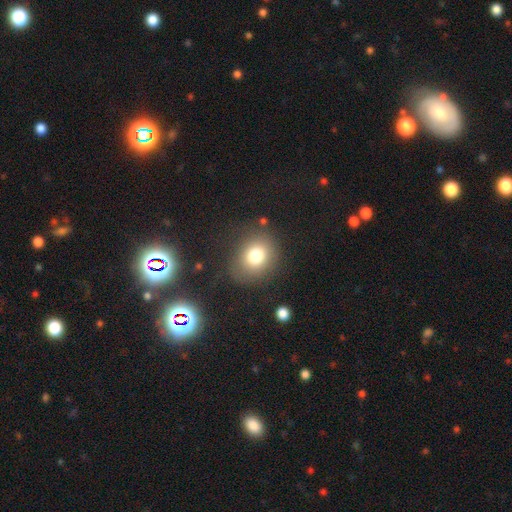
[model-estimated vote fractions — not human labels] A smooth galaxy with no disk features (77%) that is round (66%).

Vote fractions:
- Smooth or featured? smooth: 77% / star or artifact: 13% / featured or disk: 11%
- How rounded? round: 66% / in between: 33% / cigar-shaped: 1%
- Merging? none: 79% / minor disturbance: 12% / major disturbance: 6% / merger: 3%